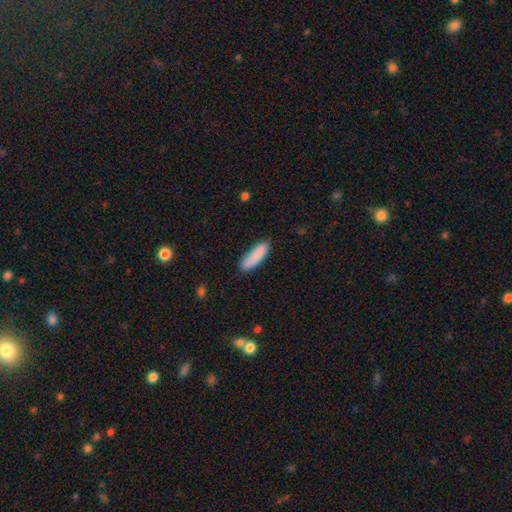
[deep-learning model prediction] Smooth or featured: smooth — 86% (featured or disk — 7%)
How rounded: cigar-shaped — 52% (in between — 47%)
Merging: none — 77% (minor disturbance — 17%)